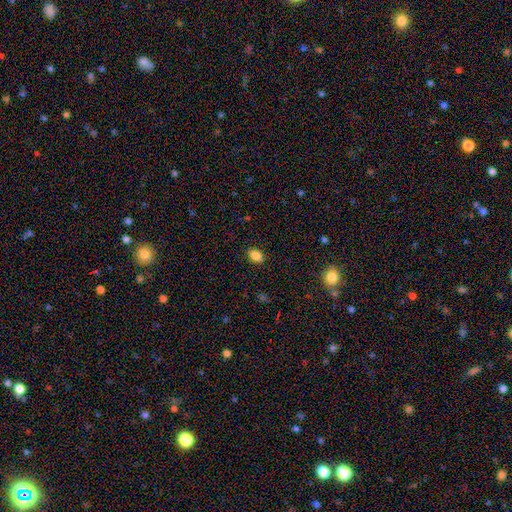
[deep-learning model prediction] smooth_or_featured: smooth (p=0.86) [alt: star or artifact p=0.09]
how_rounded: in between (p=0.82) [alt: round p=0.16]
merging: none (p=0.89) [alt: minor disturbance p=0.08]